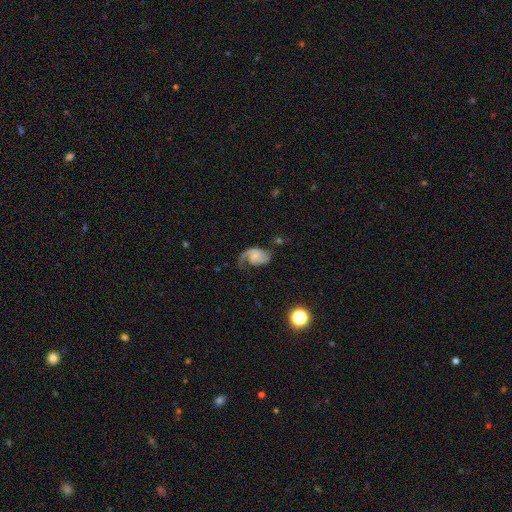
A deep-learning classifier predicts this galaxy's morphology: Smooth or featured? featured or disk (74%)
Edge-on disk? no (97%)
Bar? no (62%)
Spiral arms? yes (94%)
Spiral winding? loose (41%, tied with medium)
Spiral arm count? 2 (54%)
Bulge size? small (44%)
Merging? none (44%)